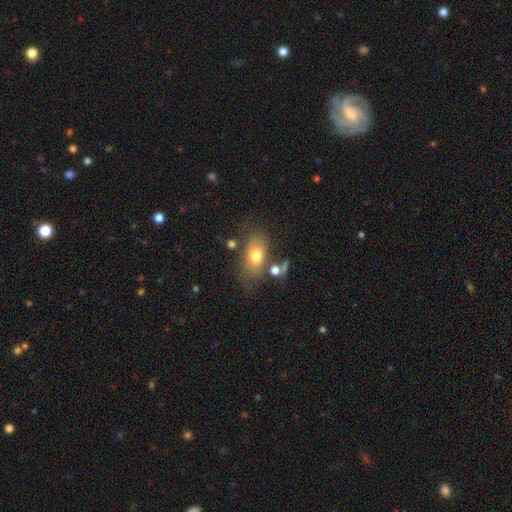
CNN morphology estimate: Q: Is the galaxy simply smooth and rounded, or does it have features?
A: smooth — 73%.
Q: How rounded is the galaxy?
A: in between — 85%.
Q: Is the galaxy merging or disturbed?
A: none — 58%.